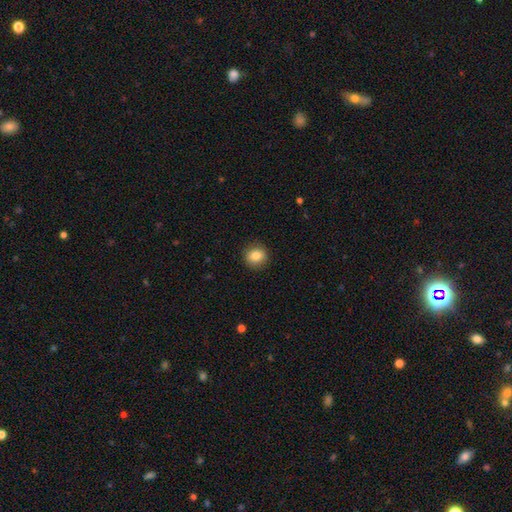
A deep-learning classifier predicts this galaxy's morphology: smooth 84%, star or artifact 9%, featured or disk 7%. Down the decision tree: how rounded — round (89%); merging — none (90%).